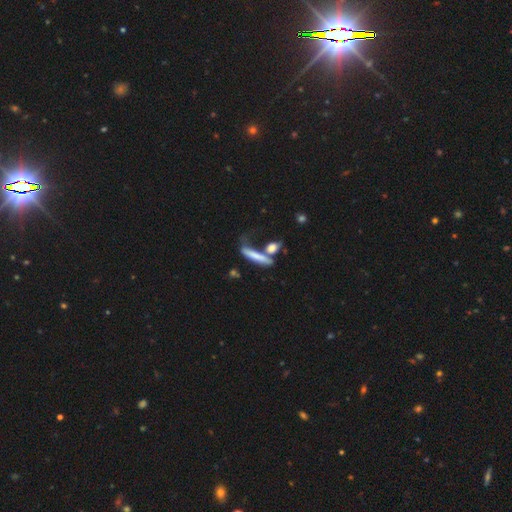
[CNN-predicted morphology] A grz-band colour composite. It shows a smooth galaxy with no disk features (65%) that is cigar-shaped (78%). Merging: none (41%).